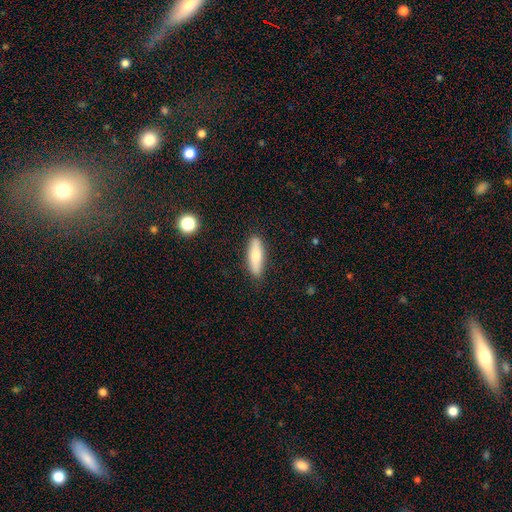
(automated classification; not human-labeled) smooth 75%, featured or disk 19%, star or artifact 6%. Down the decision tree: how rounded — cigar-shaped (64%); merging — none (87%).